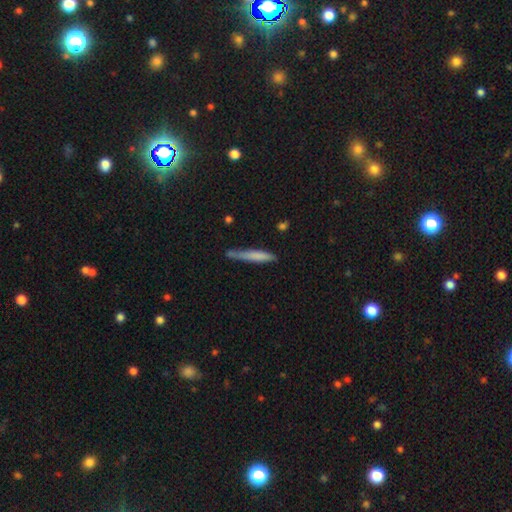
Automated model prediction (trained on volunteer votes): Overall: smooth (70%). How rounded: cigar-shaped (94%). Merging: none (66%).